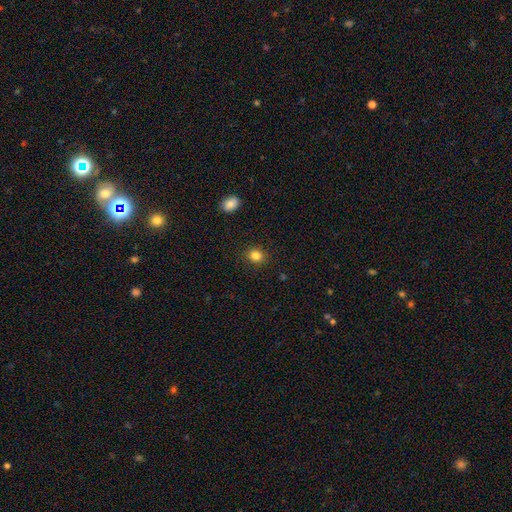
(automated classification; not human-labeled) This appears to be a smooth galaxy with no disk features (84%) that is round (70%). Merging: none (90%).